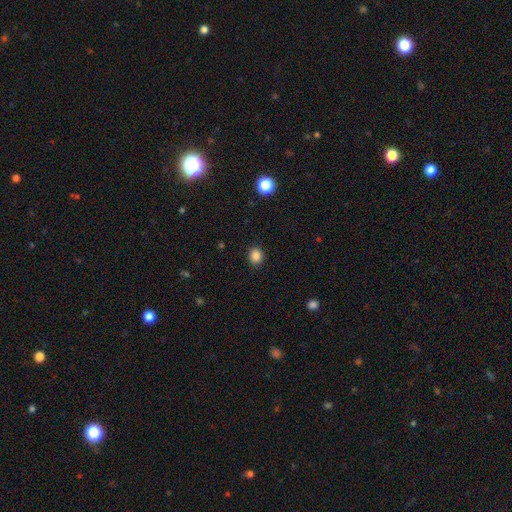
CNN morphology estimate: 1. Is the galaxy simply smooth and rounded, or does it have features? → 86% smooth, 11% star or artifact, 3% featured or disk.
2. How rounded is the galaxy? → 61% round, 38% in between, 1% cigar-shaped.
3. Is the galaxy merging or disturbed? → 89% none, 8% minor disturbance, 2% major disturbance, 1% merger.